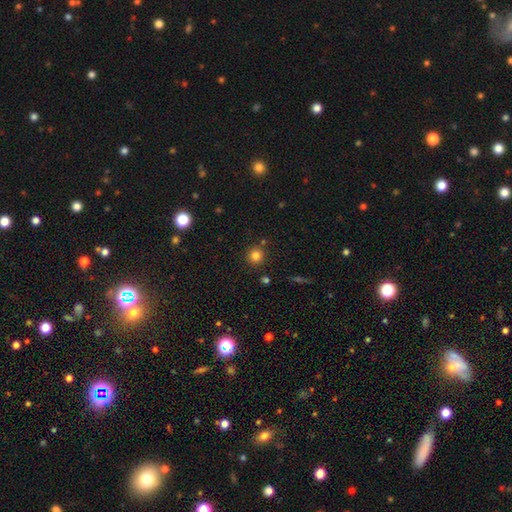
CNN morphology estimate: Q: Smooth or featured?
A: smooth (80%); runner-up: star or artifact (14%)
Q: How rounded?
A: round (93%); runner-up: in between (6%)
Q: Merging?
A: none (85%); runner-up: minor disturbance (7%)